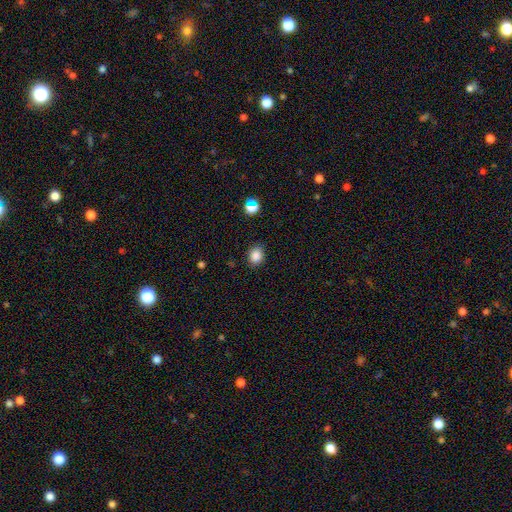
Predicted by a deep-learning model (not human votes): Smooth or featured? smooth (85%)
How rounded? round (56%)
Merging? none (86%)